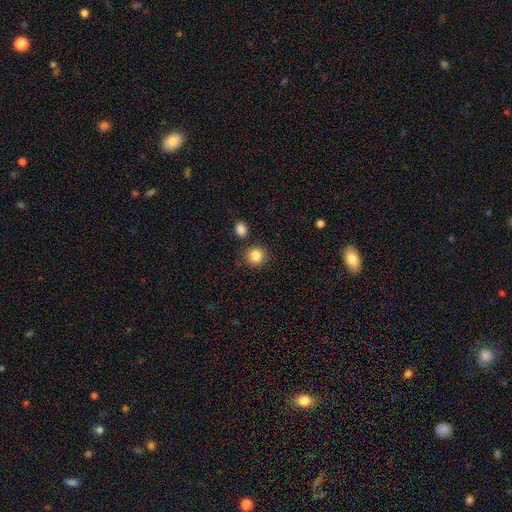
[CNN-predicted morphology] A smooth galaxy with no disk features (85%) that is round (85%). Merging: none (81%).